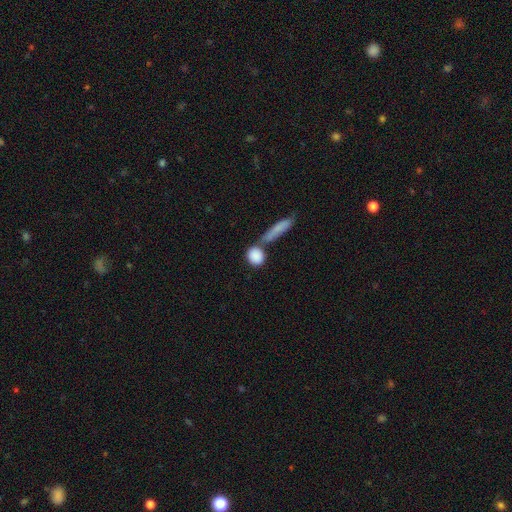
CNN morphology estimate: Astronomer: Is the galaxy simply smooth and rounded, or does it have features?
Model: smooth — 86%.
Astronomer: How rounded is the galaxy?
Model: round — 63%.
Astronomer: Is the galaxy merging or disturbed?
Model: none — 56%.